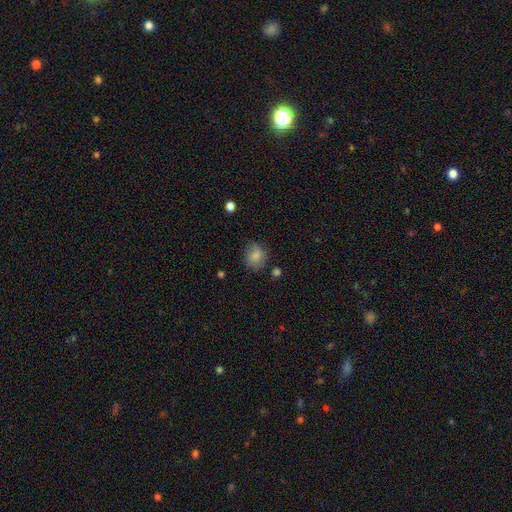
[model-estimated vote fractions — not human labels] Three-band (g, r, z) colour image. It shows a smooth galaxy with no disk features (84%) that is round (76%). Merging: none (72%).